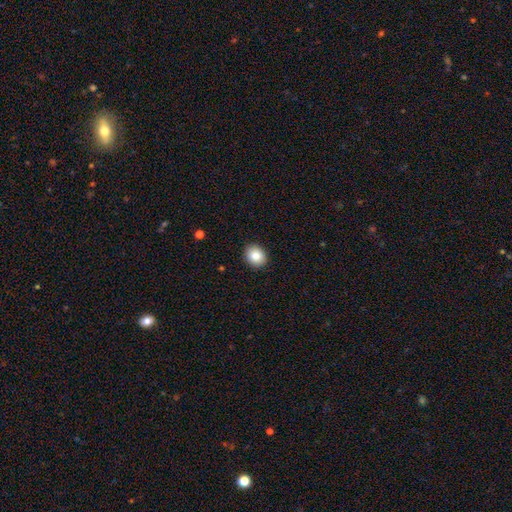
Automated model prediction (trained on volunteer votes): Morphology: type=smooth (85%); roundness=round (56%); merging=none (90%).